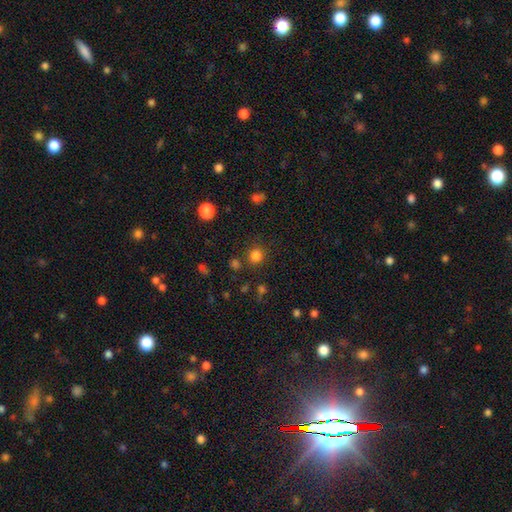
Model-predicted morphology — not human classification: A smooth galaxy with no disk features (80%) that is round (90%). Merging: none (83%).